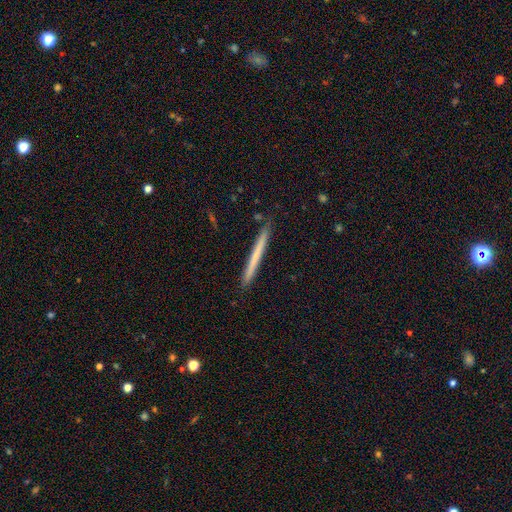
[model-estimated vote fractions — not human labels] This appears to be a smooth galaxy with no disk features (61%) that is cigar-shaped (97%). Merging: none (90%).